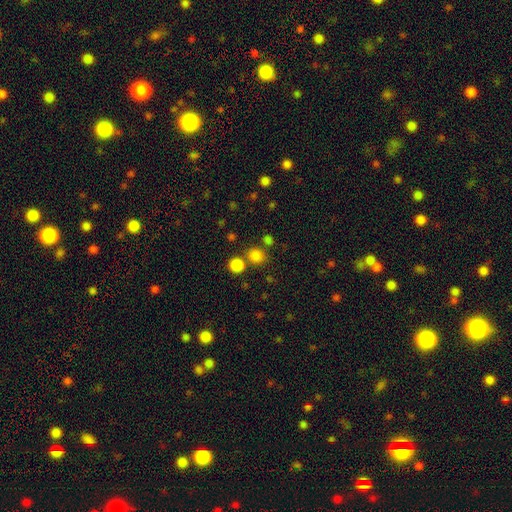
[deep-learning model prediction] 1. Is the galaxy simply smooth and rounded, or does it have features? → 81% smooth, 15% star or artifact, 4% featured or disk.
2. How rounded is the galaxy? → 83% round, 16% in between, 1% cigar-shaped.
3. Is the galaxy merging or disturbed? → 73% none, 15% merger, 8% minor disturbance, 3% major disturbance.